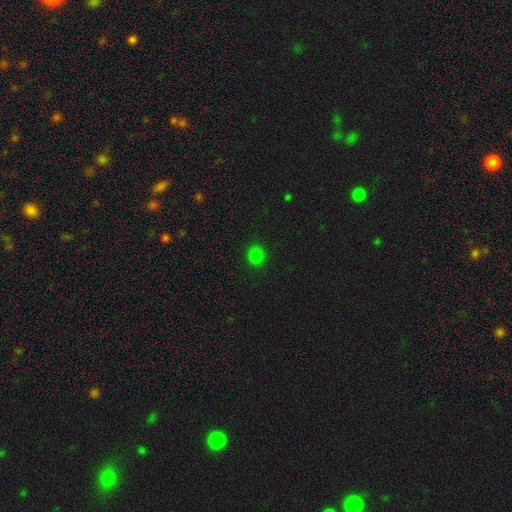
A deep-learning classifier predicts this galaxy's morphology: The model was most divided on "smooth or featured": smooth: 80%, star or artifact: 17%, featured or disk: 3%. More confident: merging — none (91%); how rounded — round (84%).